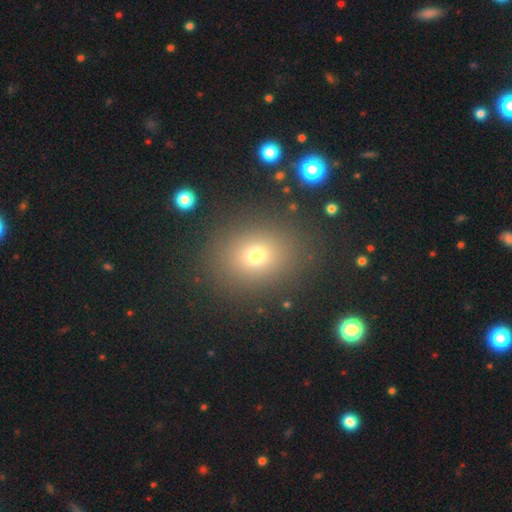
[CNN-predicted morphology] type=smooth (71%); roundness=round (61%); merging=none (86%).